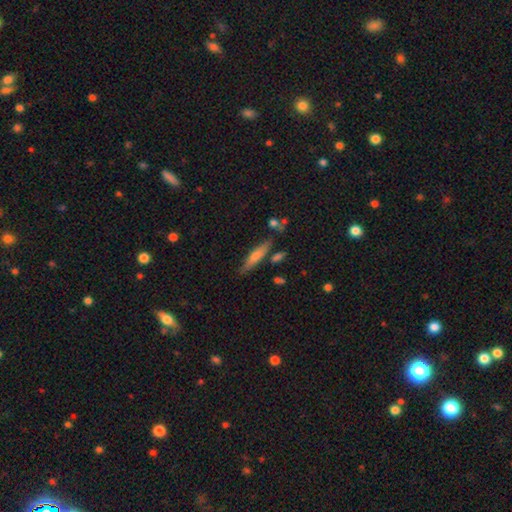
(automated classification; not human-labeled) A smooth galaxy with no disk features (52%) that is cigar-shaped (84%). Merging: none (79%).